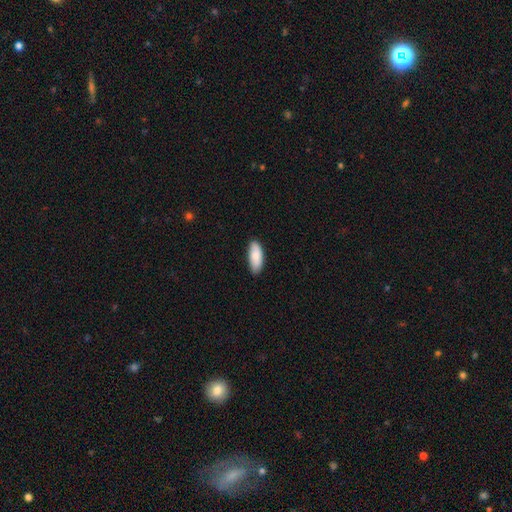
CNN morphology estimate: Overall: smooth (85%). How rounded: in between (80%). Merging: none (84%).